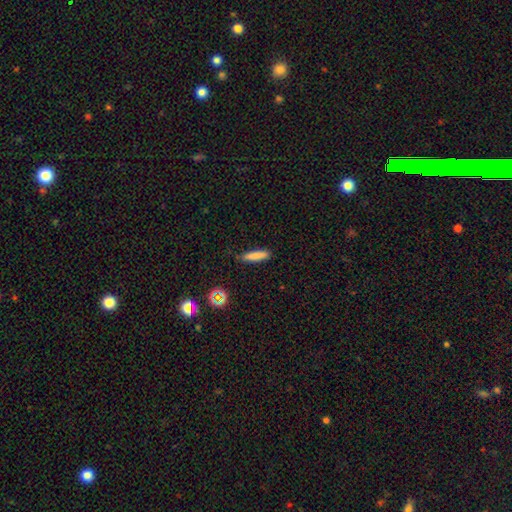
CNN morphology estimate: type=smooth (81%); roundness=cigar-shaped (81%); merging=none (83%).